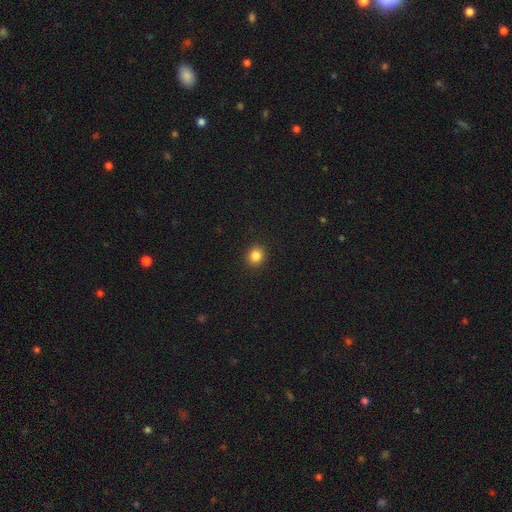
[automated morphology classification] Smooth or featured? Predicted: smooth (p=0.85). How rounded? Predicted: round (p=0.85). Merging? Predicted: none (p=0.92).